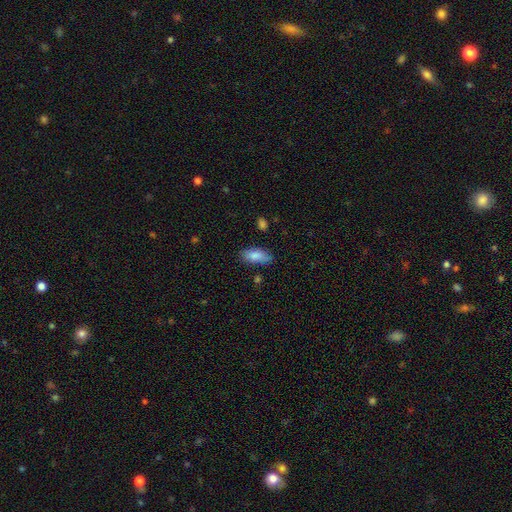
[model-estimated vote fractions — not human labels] Overall: smooth (83%). How rounded: in between (87%). Merging: none (77%).